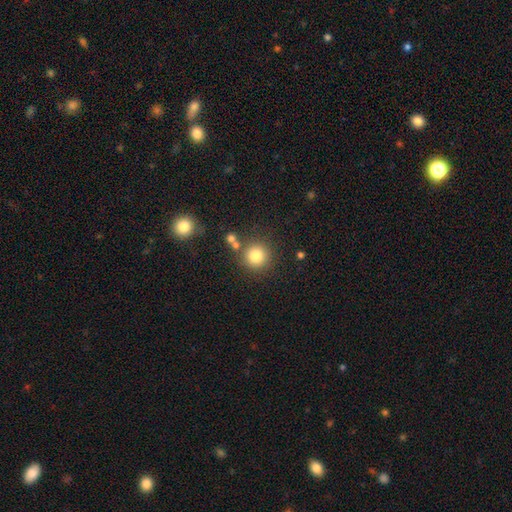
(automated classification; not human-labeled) A smooth galaxy with no disk features (81%) that is round (93%). Merging: none (78%).